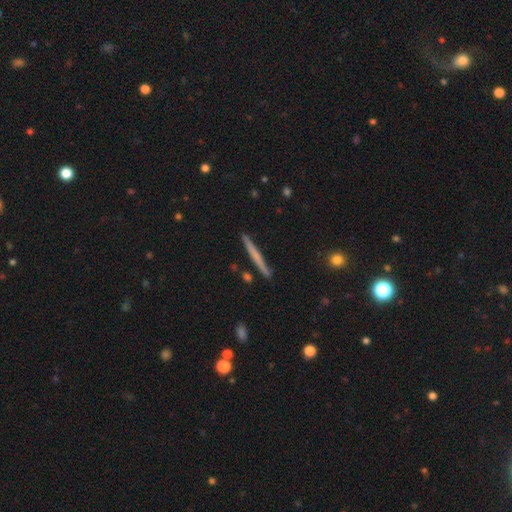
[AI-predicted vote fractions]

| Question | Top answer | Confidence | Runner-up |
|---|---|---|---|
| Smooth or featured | smooth | 48% | featured or disk (46%) |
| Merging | none | 90% | minor disturbance (7%) |